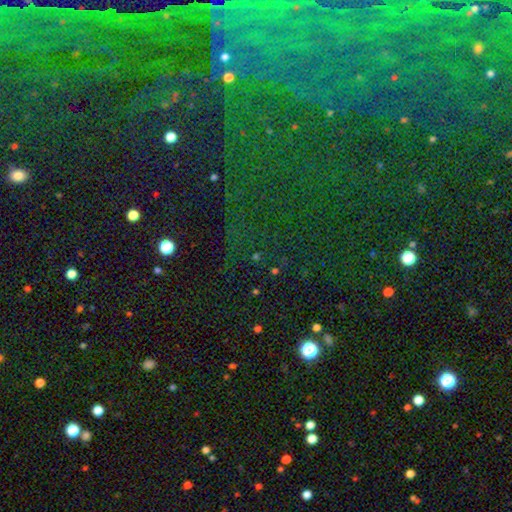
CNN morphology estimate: The model was most divided on "smooth or featured": star or artifact: 79%, smooth: 13%, featured or disk: 8%.